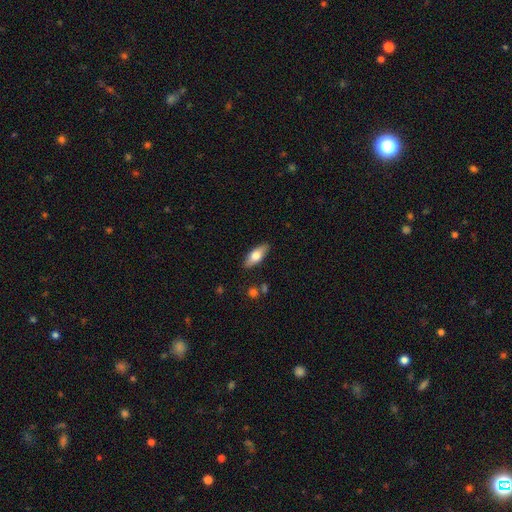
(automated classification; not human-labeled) Morphology: type=smooth (69%); roundness=in between (76%); merging=none (87%).